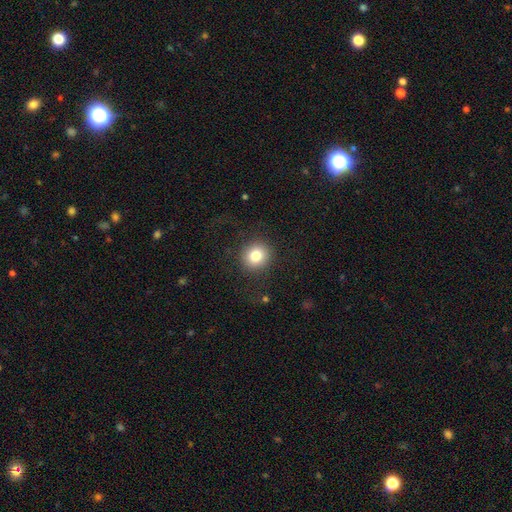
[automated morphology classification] Q: Smooth or featured?
A: smooth (80%); runner-up: star or artifact (11%)
Q: How rounded?
A: round (87%); runner-up: in between (12%)
Q: Merging?
A: none (87%); runner-up: minor disturbance (8%)